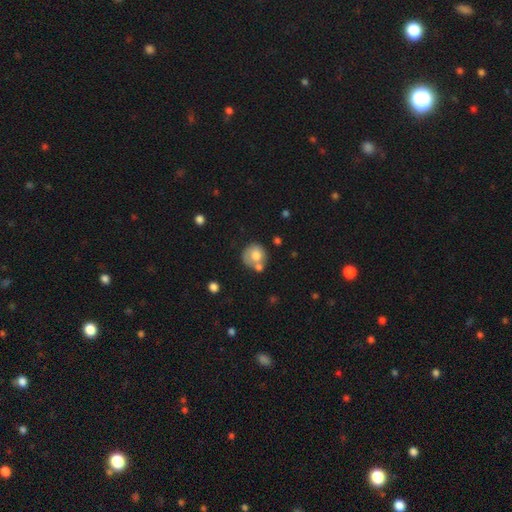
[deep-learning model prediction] Smooth or featured?
  - smooth: 72% *
  - featured or disk: 20%
  - star or artifact: 8%
How rounded?
  - round: 86% *
  - in between: 13%
  - cigar-shaped: 1%
Merging?
  - none: 48% *
  - merger: 27%
  - minor disturbance: 17%
  - major disturbance: 7%